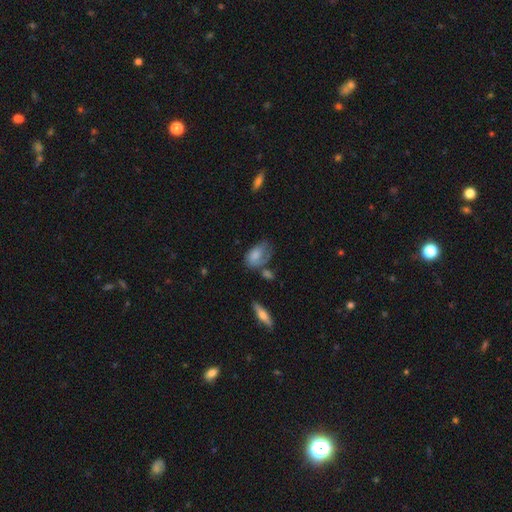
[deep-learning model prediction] Smooth or featured: smooth — 65% (featured or disk — 27%)
How rounded: in between — 89% (round — 9%)
Merging: none — 36% (minor disturbance — 31%)